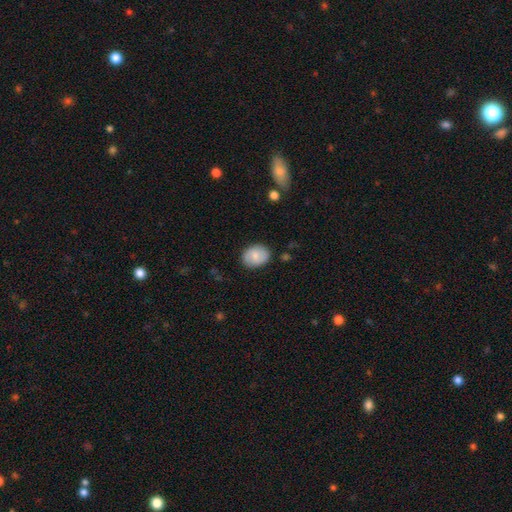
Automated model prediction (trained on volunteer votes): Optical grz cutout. It shows a smooth galaxy with no disk features (69%) that is in between round and cigar-shaped (54%). Merging: none (83%).